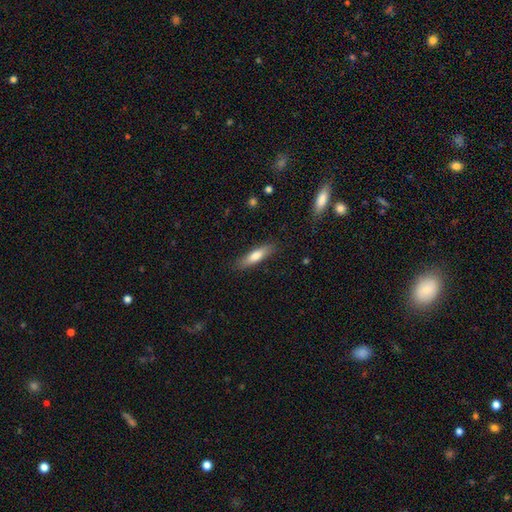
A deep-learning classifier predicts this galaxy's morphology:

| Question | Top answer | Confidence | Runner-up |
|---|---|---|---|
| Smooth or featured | smooth | 73% | featured or disk (20%) |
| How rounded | cigar-shaped | 70% | in between (28%) |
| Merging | none | 85% | minor disturbance (11%) |